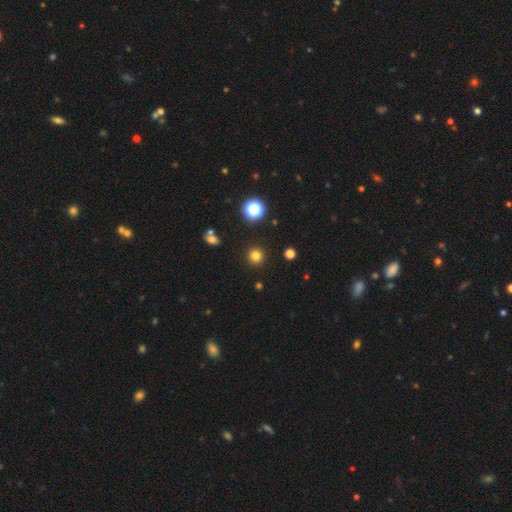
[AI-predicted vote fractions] This is likely a smooth galaxy (80%). How rounded: clearly round (95%). Merging: clearly none (92%).